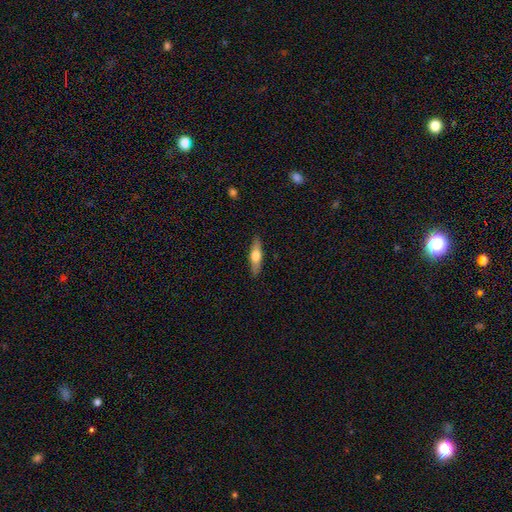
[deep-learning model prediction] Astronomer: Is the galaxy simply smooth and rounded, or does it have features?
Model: smooth — 49% (runner-up: featured or disk, 45%).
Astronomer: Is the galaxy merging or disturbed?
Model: none — 88%.